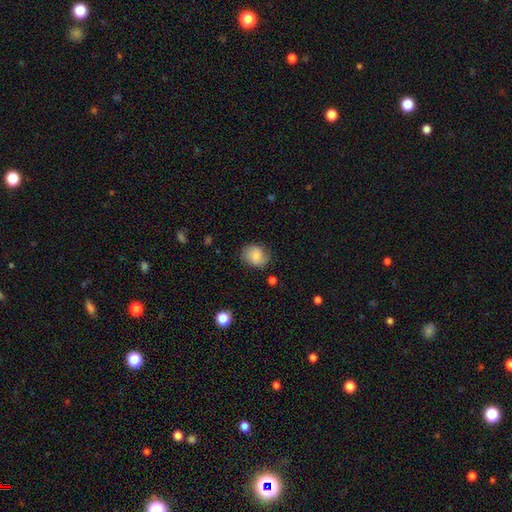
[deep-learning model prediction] This is likely a smooth galaxy (71%). How rounded: likely round (63%). Merging: likely none (69%).